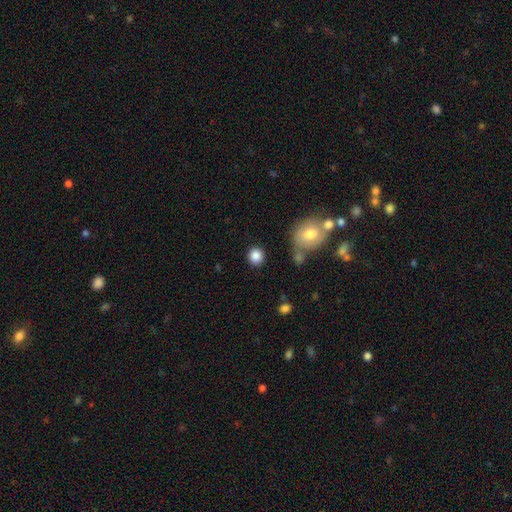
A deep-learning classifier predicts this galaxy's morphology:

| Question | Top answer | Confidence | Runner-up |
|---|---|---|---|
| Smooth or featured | smooth | 86% | star or artifact (9%) |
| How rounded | round | 86% | in between (13%) |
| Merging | none | 85% | minor disturbance (8%) |